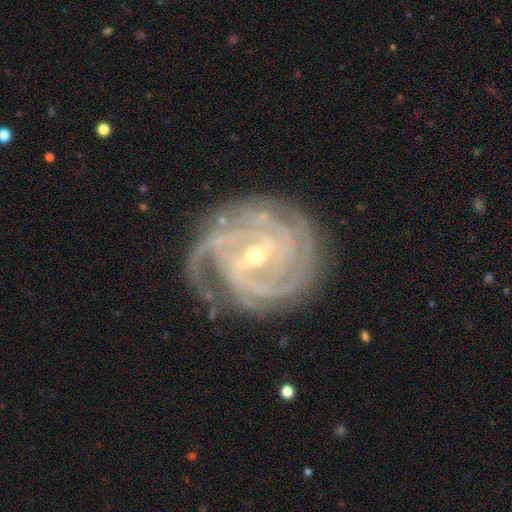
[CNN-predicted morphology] smooth-or-featured: featured or disk: 92% | star or artifact: 5% | smooth: 3%
  disk-edge-on: no: 97% | yes: 3%
    bar: weak: 42% | strong: 33% | no: 25%
    has-spiral-arms: yes: 98% | no: 2%
      spiral-winding: tight: 71% | medium: 25% | loose: 4%
      spiral-arm-count: 4: 26% (tied) | 3: 26% (tied) | can't tell: 16% | 2: 16% | more than 4: 9% | 1: 7%
    bulge-size: small: 71% | moderate: 26% | large: 1% | none: 1% | dominant: 1%
  merging: none: 73% | minor disturbance: 18% | major disturbance: 8% | merger: 2%